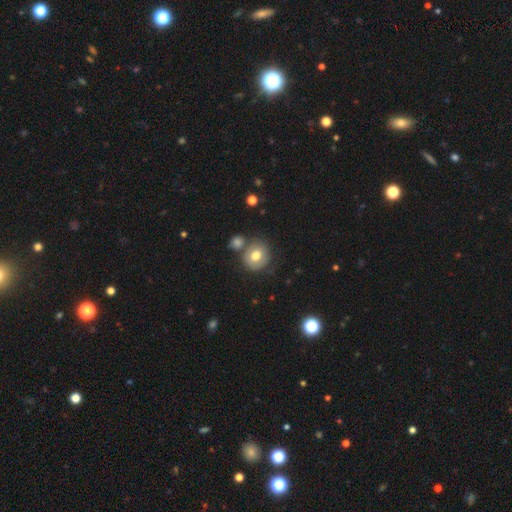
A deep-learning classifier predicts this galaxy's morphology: A smooth galaxy with no disk features (69%) that is round (77%).

Vote fractions:
- Smooth or featured? smooth: 69% / featured or disk: 23% / star or artifact: 8%
- How rounded? round: 77% / in between: 22% / cigar-shaped: 1%
- Merging? none: 61% / merger: 19% / minor disturbance: 14% / major disturbance: 5%